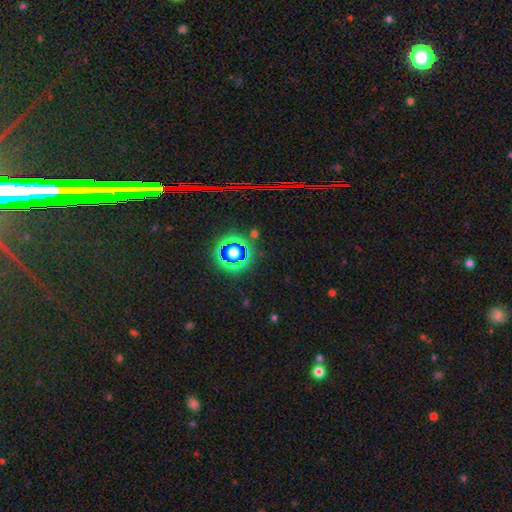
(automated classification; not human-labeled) The model was most divided on "smooth or featured": star or artifact: 81%, smooth: 10%, featured or disk: 9%.